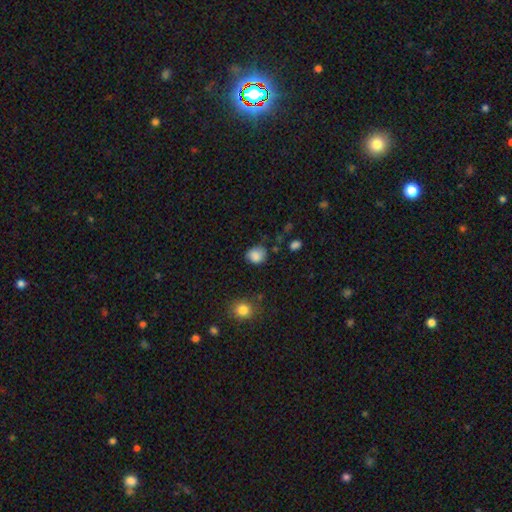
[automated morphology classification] The model was most divided on "how rounded": round: 65%, in between: 34%, cigar-shaped: 1%. More confident: smooth or featured — smooth (85%); merging — none (65%).